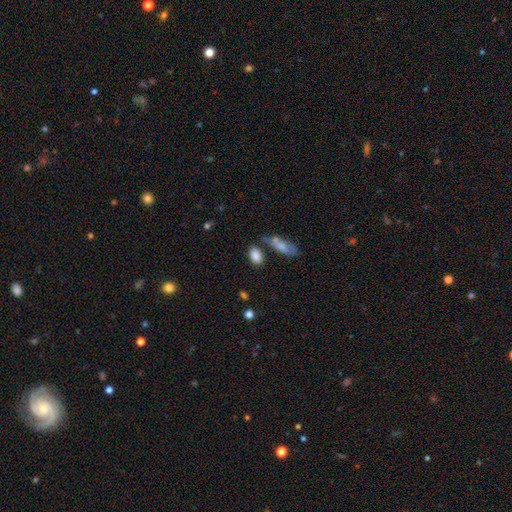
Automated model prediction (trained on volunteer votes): Morphology: type=smooth (85%); roundness=in between (90%); merging=none (67%).